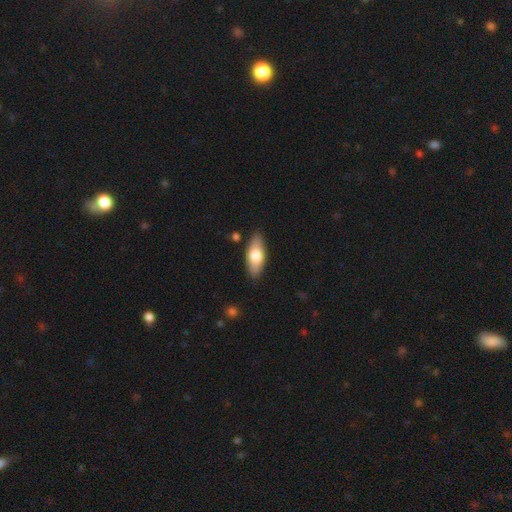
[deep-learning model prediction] Smooth or featured: smooth — 69% (featured or disk — 25%)
How rounded: in between — 78% (cigar-shaped — 20%)
Merging: none — 86% (minor disturbance — 11%)